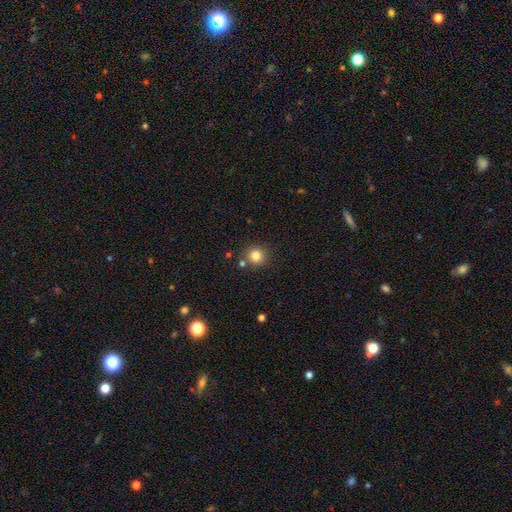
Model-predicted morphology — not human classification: Smooth or featured?
  - smooth: 81% *
  - star or artifact: 13%
  - featured or disk: 7%
How rounded?
  - round: 92% *
  - in between: 7%
  - cigar-shaped: 1%
Merging?
  - none: 81% *
  - merger: 9%
  - minor disturbance: 8%
  - major disturbance: 3%